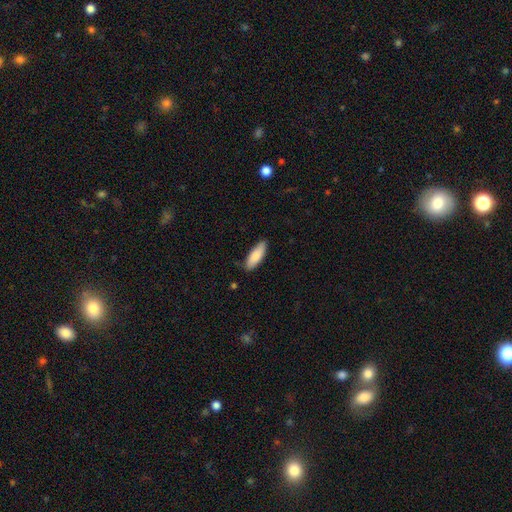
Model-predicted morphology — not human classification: Smooth or featured? Predicted: smooth (p=0.85). How rounded? Predicted: in between (p=0.67). Merging? Predicted: none (p=0.84).